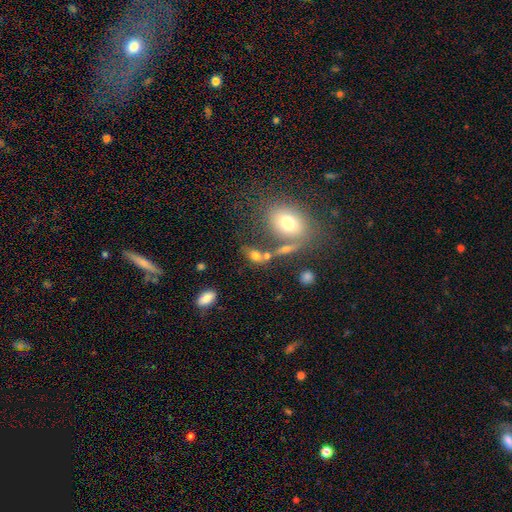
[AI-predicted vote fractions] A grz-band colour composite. It shows a smooth galaxy with no disk features (68%) that is in between round and cigar-shaped (70%). Merging: none (47%).